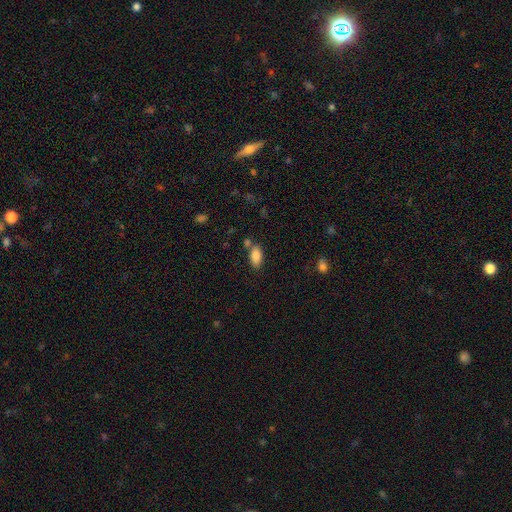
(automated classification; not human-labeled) This appears to be a smooth galaxy with no disk features (87%) that is in between round and cigar-shaped (91%). Merging: none (69%).